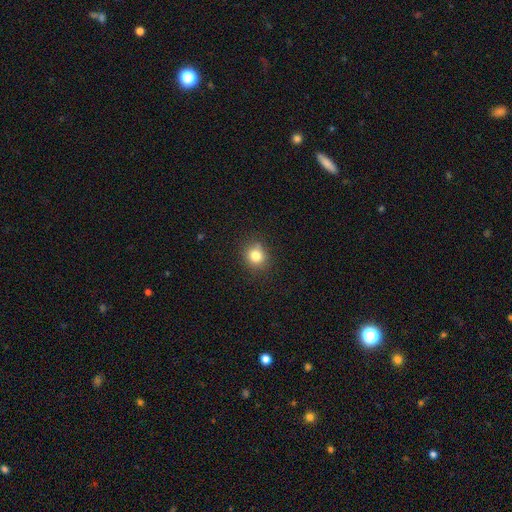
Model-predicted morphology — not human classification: A smooth galaxy with no disk features (81%) that is round (80%).

Vote fractions:
- Smooth or featured? smooth: 81% / star or artifact: 12% / featured or disk: 7%
- How rounded? round: 80% / in between: 19% / cigar-shaped: 1%
- Merging? none: 83% / minor disturbance: 11% / major disturbance: 3% / merger: 2%